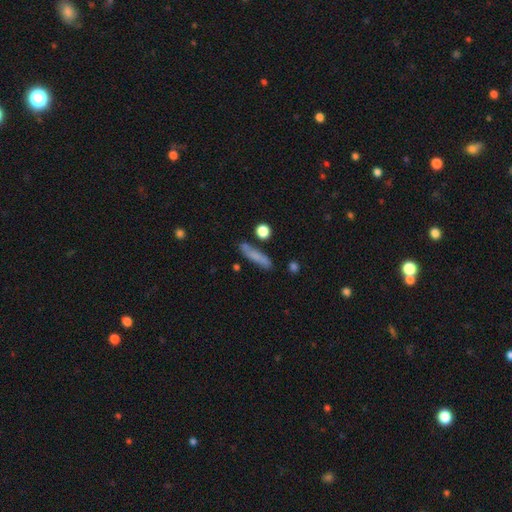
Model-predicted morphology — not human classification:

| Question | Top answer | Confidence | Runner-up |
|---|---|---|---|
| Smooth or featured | smooth | 72% | featured or disk (19%) |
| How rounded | cigar-shaped | 81% | in between (15%) |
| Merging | none | 75% | minor disturbance (15%) |